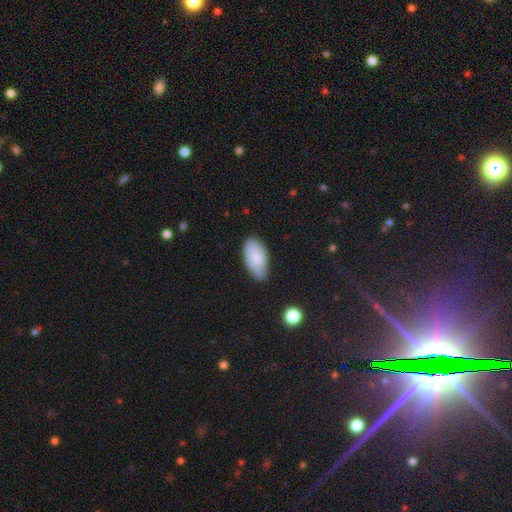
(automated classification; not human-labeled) smooth 76%, featured or disk 17%, star or artifact 7%. Down the decision tree: how rounded — in between (94%); merging — none (63%).